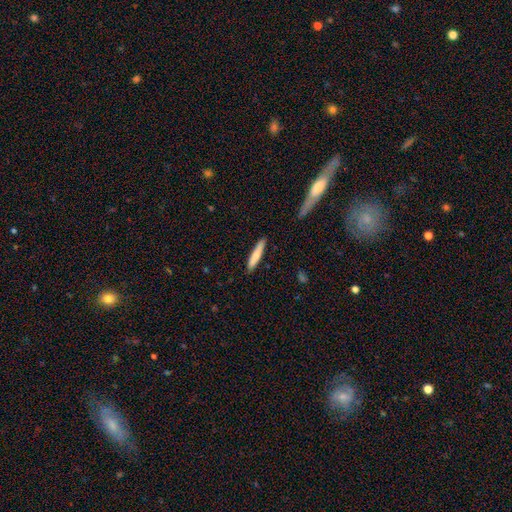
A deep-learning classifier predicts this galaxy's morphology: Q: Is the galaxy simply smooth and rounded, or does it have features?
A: smooth — 75%.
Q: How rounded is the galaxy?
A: cigar-shaped — 90%.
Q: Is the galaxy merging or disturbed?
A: none — 88%.